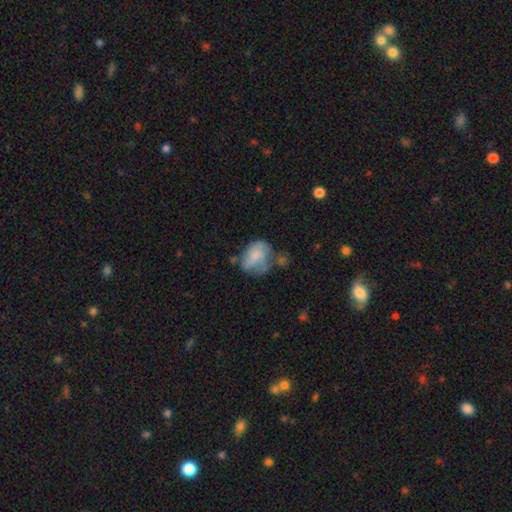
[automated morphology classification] This is possibly a smooth galaxy (56%). How rounded: likely in between (64%). Merging: marginally none (35%).